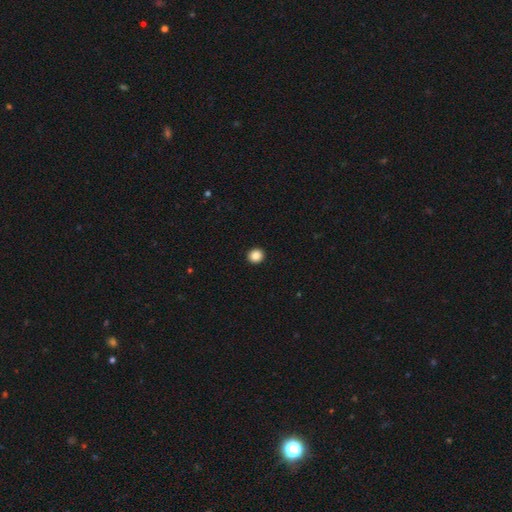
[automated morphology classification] Q: Smooth or featured?
A: smooth (87%); runner-up: star or artifact (10%)
Q: How rounded?
A: round (89%); runner-up: in between (10%)
Q: Merging?
A: none (94%); runner-up: minor disturbance (4%)